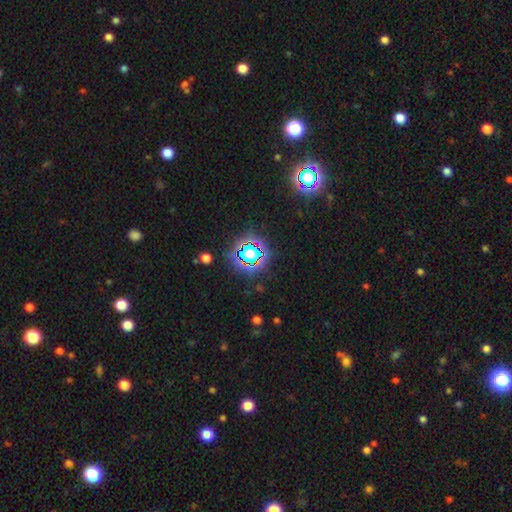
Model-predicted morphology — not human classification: Smooth or featured? Predicted: star or artifact (p=0.66).